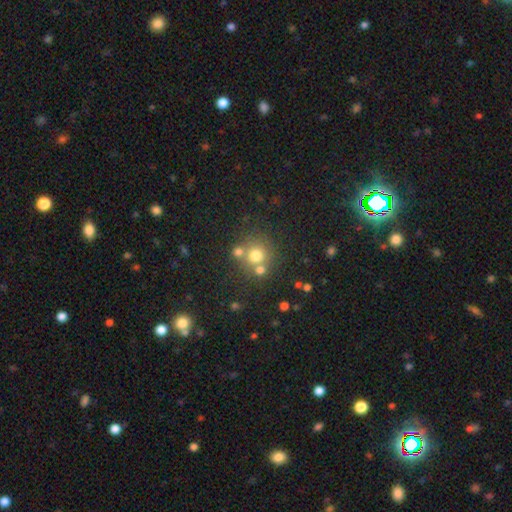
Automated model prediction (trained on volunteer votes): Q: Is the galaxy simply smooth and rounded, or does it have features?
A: smooth — 70%.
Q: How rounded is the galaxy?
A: round — 89%.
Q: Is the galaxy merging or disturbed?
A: none — 61%.